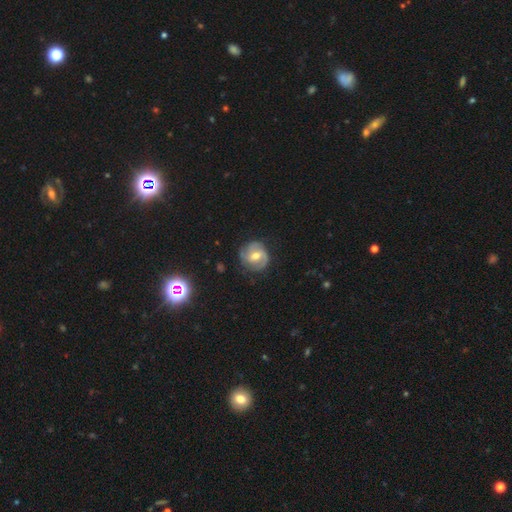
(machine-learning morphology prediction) A featured or disk galaxy (78%) with a weak bar (48%), 2 (57%) medium (43%) spiral arms (94%) and a moderate central bulge (71%). Merging: none (76%).